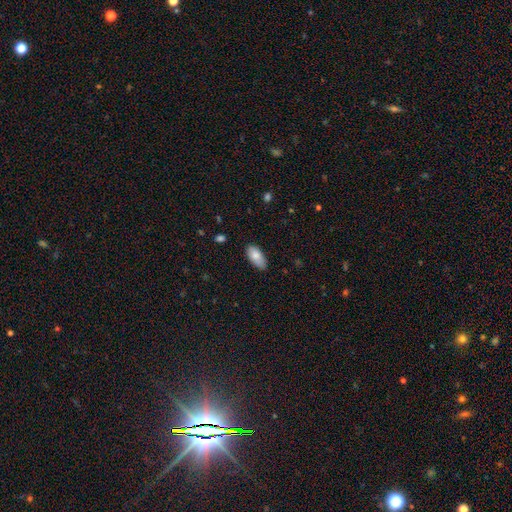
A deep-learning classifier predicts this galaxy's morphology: Q: Smooth or featured?
A: smooth (82%); runner-up: featured or disk (11%)
Q: How rounded?
A: in between (91%); runner-up: cigar-shaped (7%)
Q: Merging?
A: none (78%); runner-up: minor disturbance (18%)